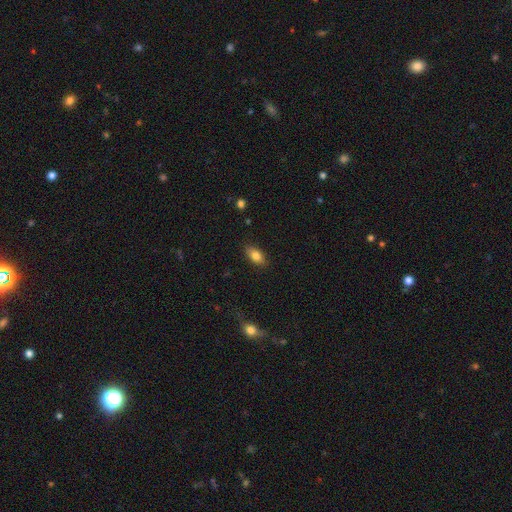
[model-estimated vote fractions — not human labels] smooth_or_featured: smooth (p=0.82) [alt: featured or disk p=0.10]
how_rounded: in between (p=0.88) [alt: cigar-shaped p=0.07]
merging: none (p=0.86) [alt: minor disturbance p=0.10]